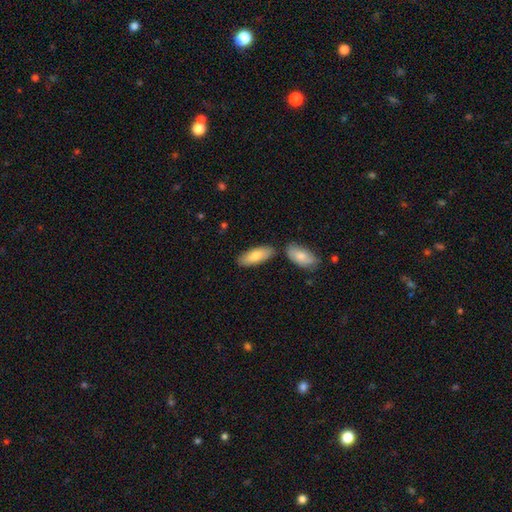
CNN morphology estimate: smooth 79%, featured or disk 15%, star or artifact 5%. Down the decision tree: how rounded — in between (77%); merging — none (75%).